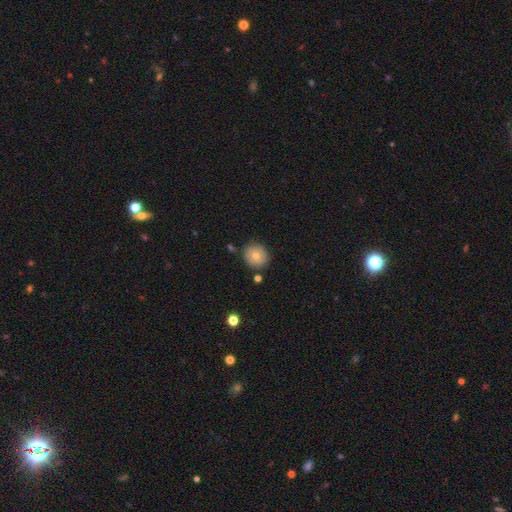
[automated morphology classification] The model was most divided on "smooth or featured": smooth: 71%, featured or disk: 19%, star or artifact: 10%. More confident: how rounded — round (87%); merging — none (85%).